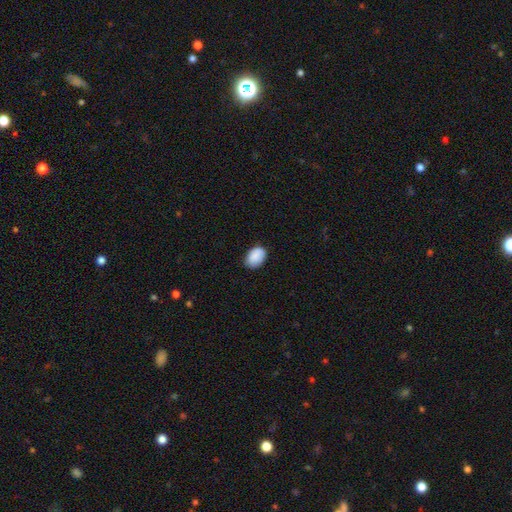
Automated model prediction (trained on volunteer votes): This appears to be a smooth galaxy with no disk features (89%) that is in between round and cigar-shaped (83%). Merging: none (79%).